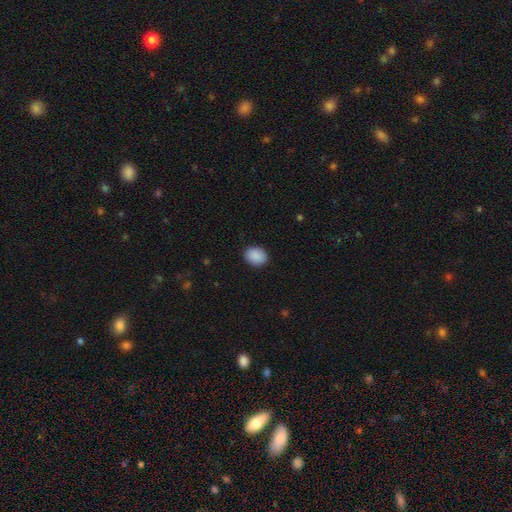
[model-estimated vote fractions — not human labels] A smooth galaxy with no disk features (90%) that is in between round and cigar-shaped (58%).

Vote fractions:
- Smooth or featured? smooth: 90% / star or artifact: 7% / featured or disk: 3%
- How rounded? in between: 58% / round: 41% / cigar-shaped: 1%
- Merging? none: 89% / minor disturbance: 8% / major disturbance: 2% / merger: 1%